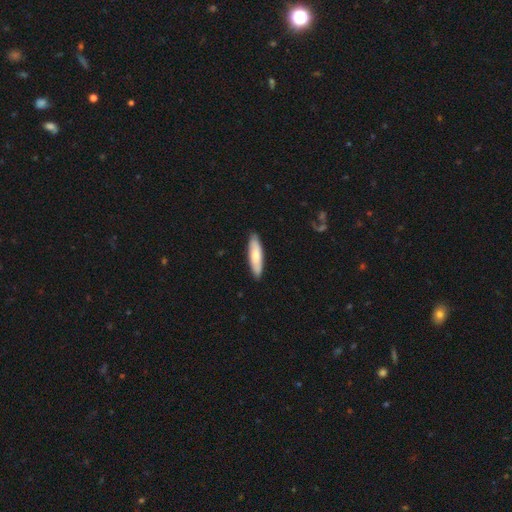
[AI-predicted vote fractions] smooth-or-featured: smooth: 72% | featured or disk: 23% | star or artifact: 5%
  how-rounded: cigar-shaped: 65% | in between: 34% | round: 1%
  merging: none: 88% | minor disturbance: 9% | major disturbance: 2% | merger: 1%